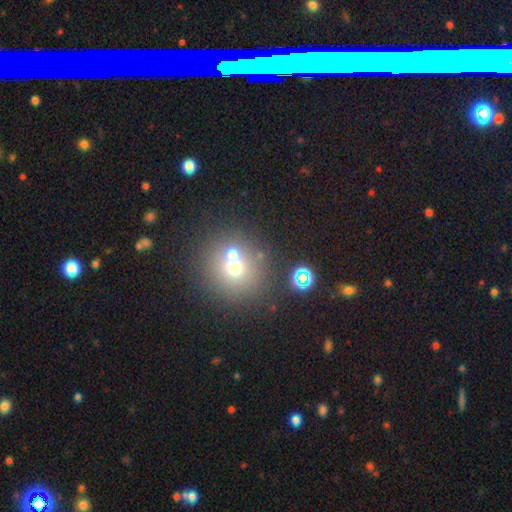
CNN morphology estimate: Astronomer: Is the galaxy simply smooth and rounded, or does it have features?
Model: smooth — 55% (runner-up: star or artifact, 31%).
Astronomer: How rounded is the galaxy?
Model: round — 73%.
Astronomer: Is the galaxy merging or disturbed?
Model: none — 84%.